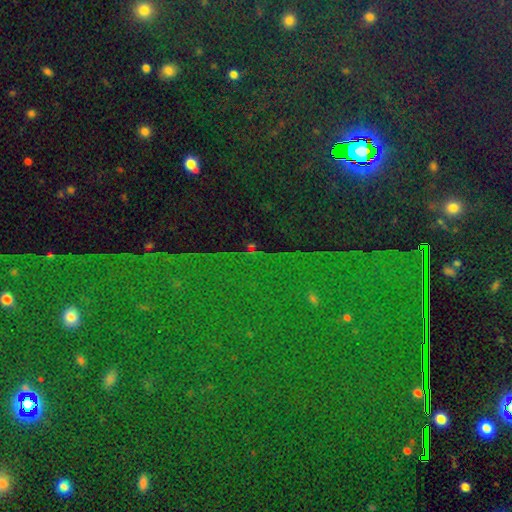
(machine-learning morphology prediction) Overall: star or artifact (84%).